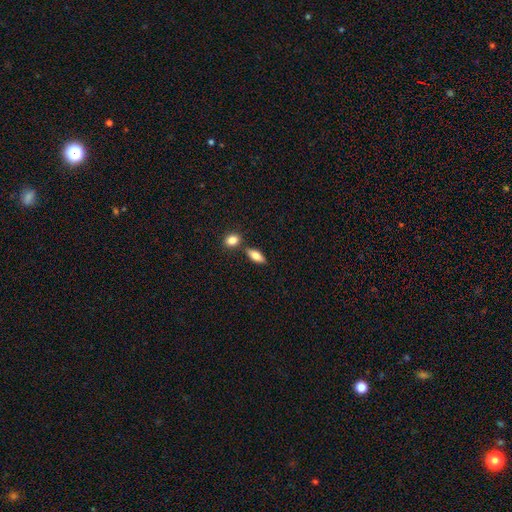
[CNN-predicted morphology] Smooth or featured? Predicted: smooth (p=0.77). How rounded? Predicted: in between (p=0.80). Merging? Predicted: none (p=0.72).